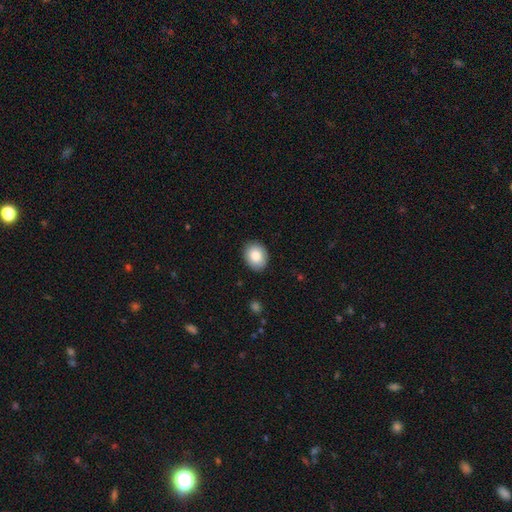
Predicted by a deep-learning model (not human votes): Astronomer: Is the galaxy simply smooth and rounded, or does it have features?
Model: smooth — 85%.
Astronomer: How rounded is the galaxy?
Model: in between — 59% (runner-up: round, 40%).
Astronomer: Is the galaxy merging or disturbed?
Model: none — 88%.